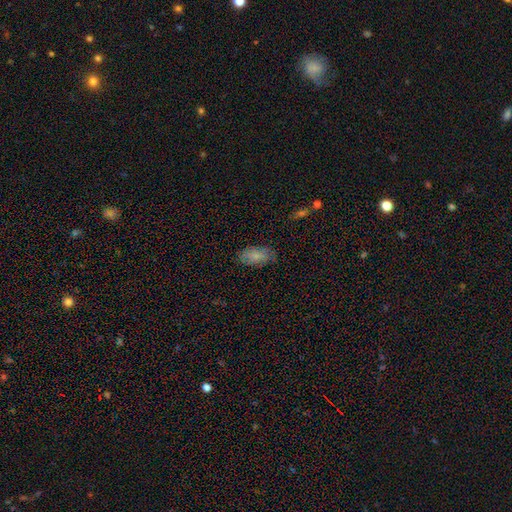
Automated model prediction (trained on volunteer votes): smooth 81%, featured or disk 12%, star or artifact 8%. Down the decision tree: how rounded — in between (92%); merging — none (78%).